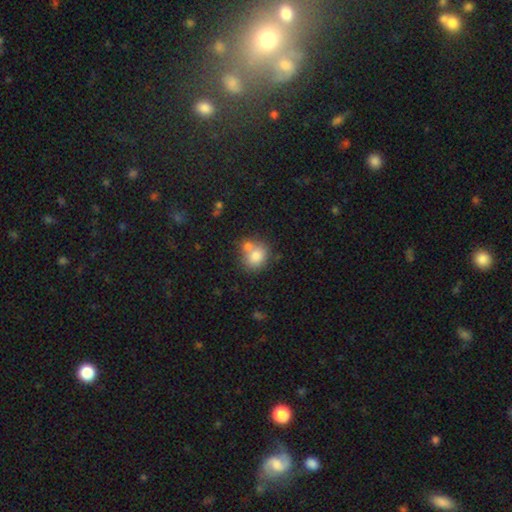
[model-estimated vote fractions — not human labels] smooth_or_featured: smooth (p=0.78) [alt: featured or disk p=0.13]
how_rounded: round (p=0.67) [alt: in between p=0.32]
merging: none (p=0.47) [alt: merger p=0.36]